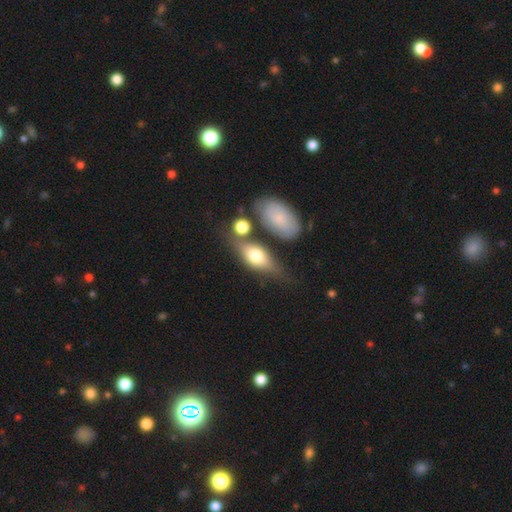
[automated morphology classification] smooth_or_featured: smooth (p=0.58) [alt: featured or disk p=0.35]
how_rounded: in between (p=0.77) [alt: cigar-shaped p=0.15]
merging: none (p=0.58) [alt: minor disturbance p=0.19]